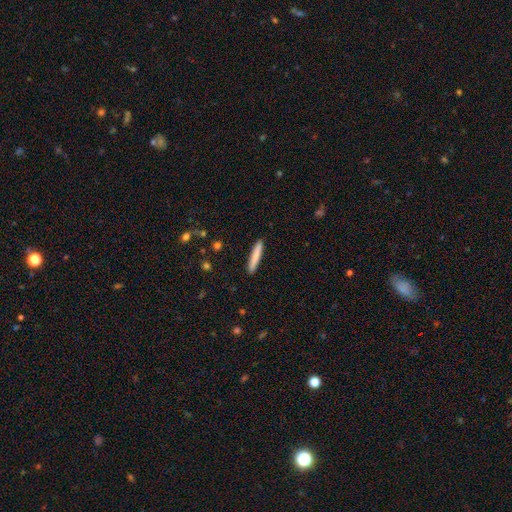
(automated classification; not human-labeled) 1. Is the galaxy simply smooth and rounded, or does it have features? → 81% smooth, 13% featured or disk, 6% star or artifact.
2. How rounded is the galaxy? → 95% cigar-shaped, 4% in between, 1% round.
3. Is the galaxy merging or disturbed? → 91% none, 6% minor disturbance, 1% major disturbance, 1% merger.